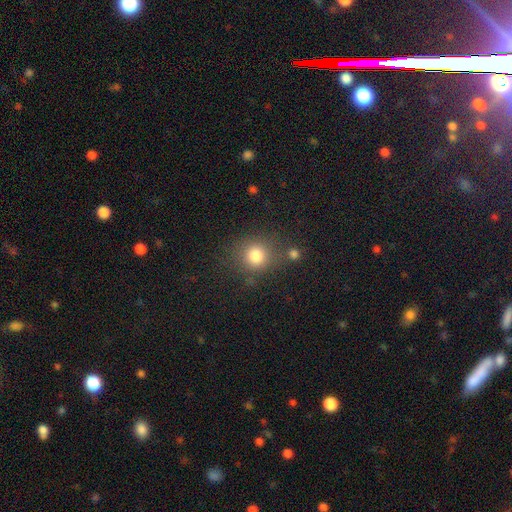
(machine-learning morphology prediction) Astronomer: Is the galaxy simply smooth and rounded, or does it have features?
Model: smooth — 81%.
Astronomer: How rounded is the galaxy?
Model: round — 88%.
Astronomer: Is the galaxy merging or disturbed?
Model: none — 74%.